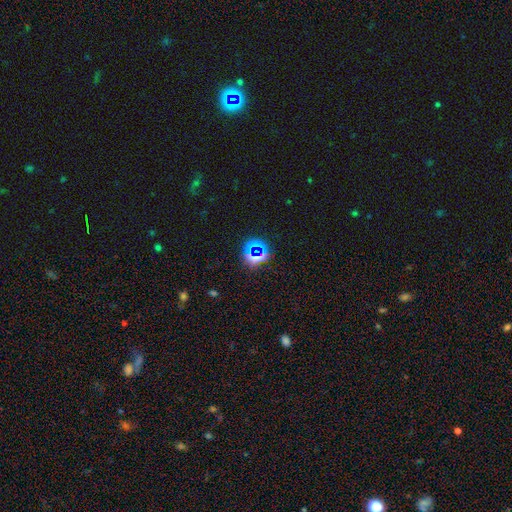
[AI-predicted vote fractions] A star or artifact, not a galaxy (68%).